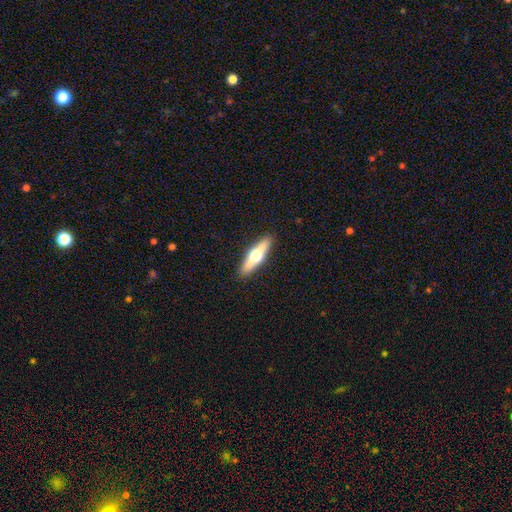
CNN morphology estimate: smooth_or_featured: featured or disk (p=0.54) [alt: smooth p=0.41]
disk_edge_on: yes (p=0.93) [alt: no p=0.07]
edge_on_bulge: rounded (p=0.95) [alt: boxy p=0.02]
merging: none (p=0.90) [alt: minor disturbance p=0.07]